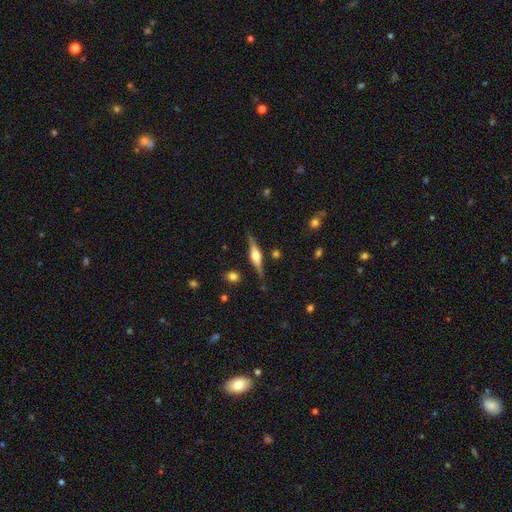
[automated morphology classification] Overall: featured or disk (75%). Edge-on disk: yes (97%). Edge-on bulge: rounded (91%). Merging: none (85%).